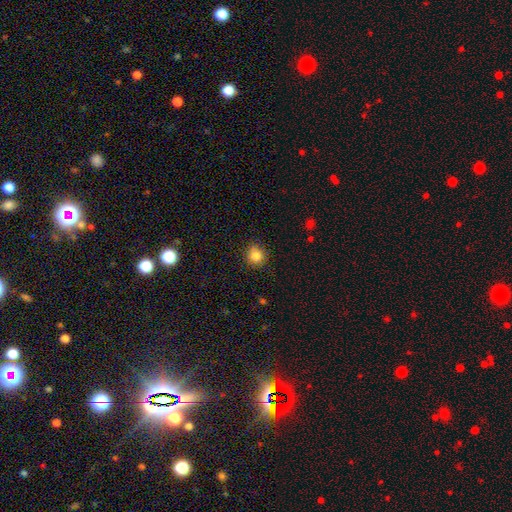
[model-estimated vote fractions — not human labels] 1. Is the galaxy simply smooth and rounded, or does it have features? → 83% smooth, 12% star or artifact, 6% featured or disk.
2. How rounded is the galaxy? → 85% round, 14% in between, 1% cigar-shaped.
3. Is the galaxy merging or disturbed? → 83% none, 13% minor disturbance, 3% major disturbance, 1% merger.